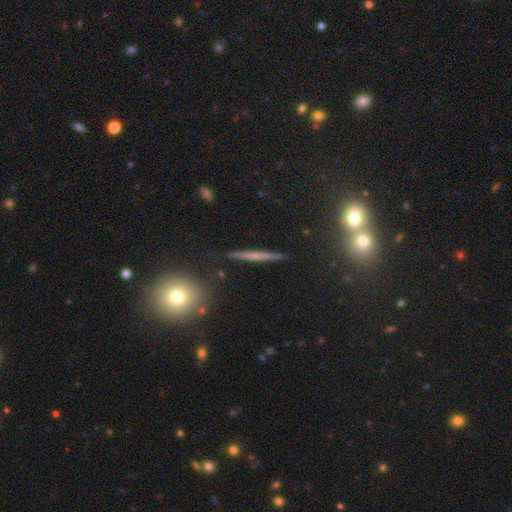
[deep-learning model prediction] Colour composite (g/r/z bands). It shows a featured or disk galaxy (56%) viewed edge-on (96%) with no central bulge (63%). Merging: none (89%).